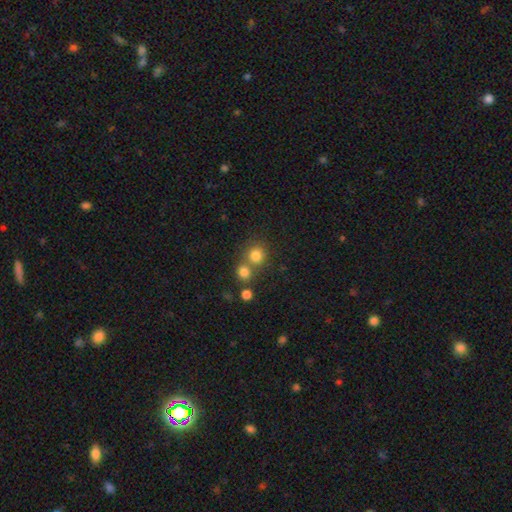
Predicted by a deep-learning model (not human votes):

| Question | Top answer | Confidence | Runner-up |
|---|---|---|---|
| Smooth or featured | smooth | 80% | star or artifact (13%) |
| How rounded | round | 86% | in between (13%) |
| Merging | none | 54% | merger (35%) |